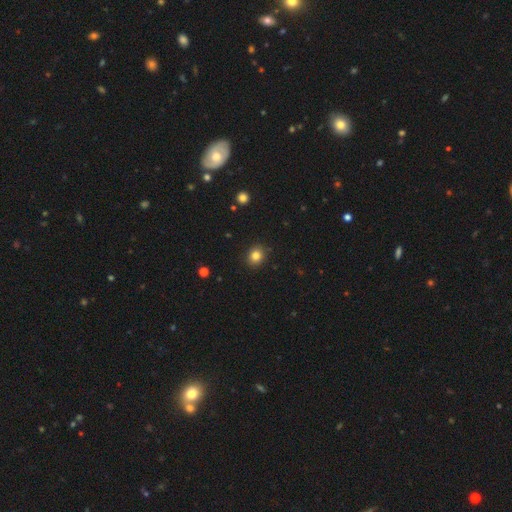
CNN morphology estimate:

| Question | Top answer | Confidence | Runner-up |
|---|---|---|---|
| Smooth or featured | smooth | 82% | star or artifact (12%) |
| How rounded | round | 74% | in between (26%) |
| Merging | none | 89% | minor disturbance (8%) |